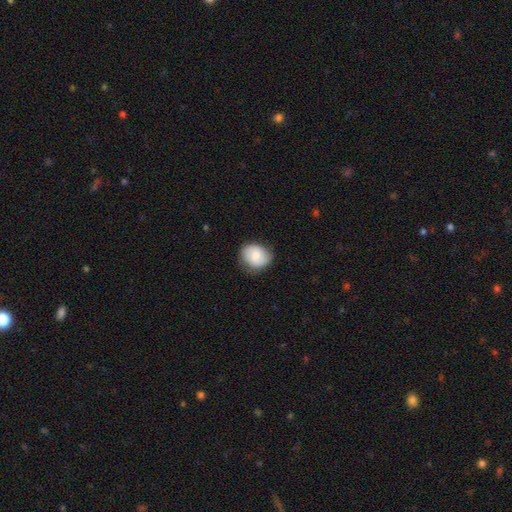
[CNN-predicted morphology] Smooth or featured? Predicted: smooth (p=0.74). How rounded? Predicted: round (p=0.60). Merging? Predicted: none (p=0.77).